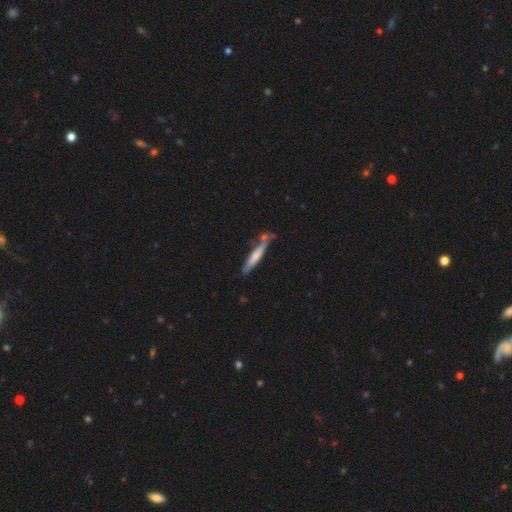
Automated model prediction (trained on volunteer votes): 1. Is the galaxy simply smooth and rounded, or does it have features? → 63% smooth, 31% featured or disk, 5% star or artifact.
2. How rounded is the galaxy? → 93% cigar-shaped, 6% in between, 1% round.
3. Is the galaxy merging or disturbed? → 63% none, 19% minor disturbance, 13% merger, 5% major disturbance.